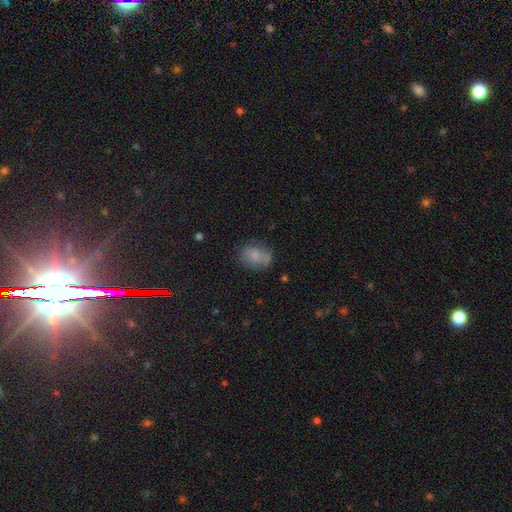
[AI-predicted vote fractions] Smooth or featured? smooth (72%)
How rounded? in between (60%)
Merging? none (62%)